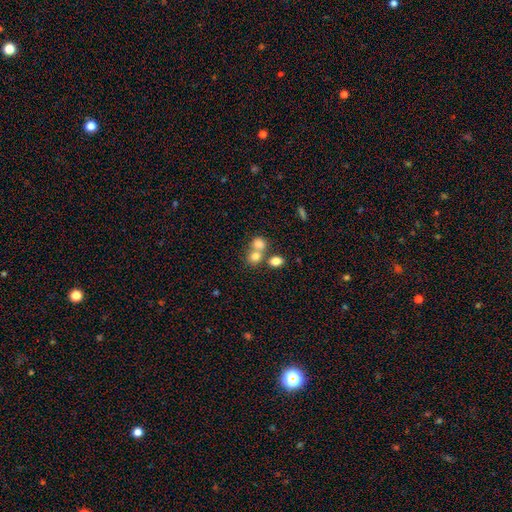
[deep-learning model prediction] smooth-or-featured: smooth: 76% | featured or disk: 12% | star or artifact: 12%
  how-rounded: round: 64% | in between: 35% | cigar-shaped: 1%
  merging: merger: 54% | none: 36% | minor disturbance: 7% | major disturbance: 4%